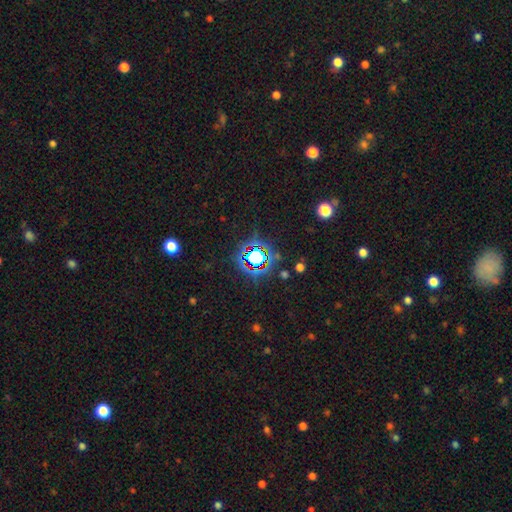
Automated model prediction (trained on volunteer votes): A star or artifact, not a galaxy (71%).

Vote fractions:
- Smooth or featured? star or artifact: 71% / smooth: 18% / featured or disk: 11%